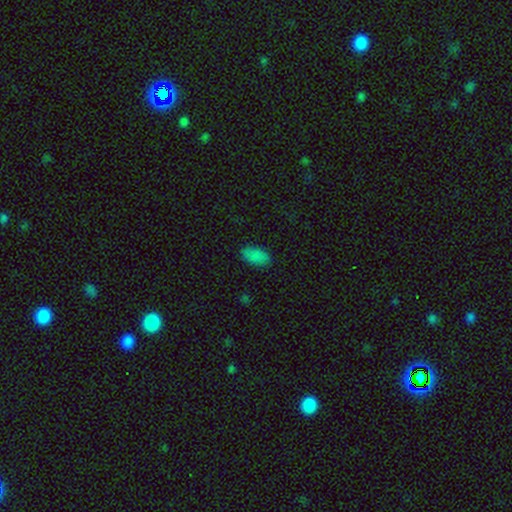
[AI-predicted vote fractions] Morphology: type=smooth (86%); roundness=in between (94%); merging=none (84%).